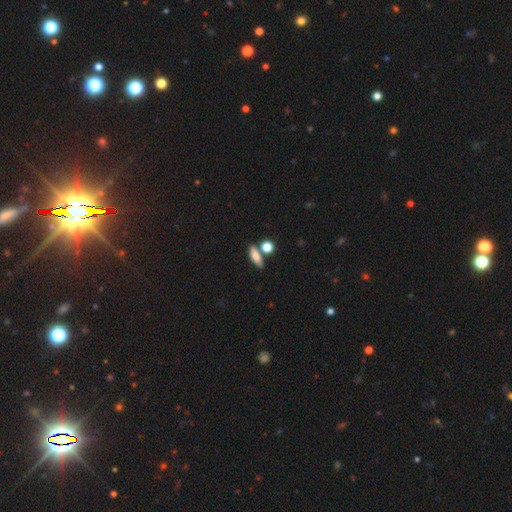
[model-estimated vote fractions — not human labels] Overall: smooth (79%). How rounded: in between (59%; cigar-shaped 28%). Merging: none (64%).